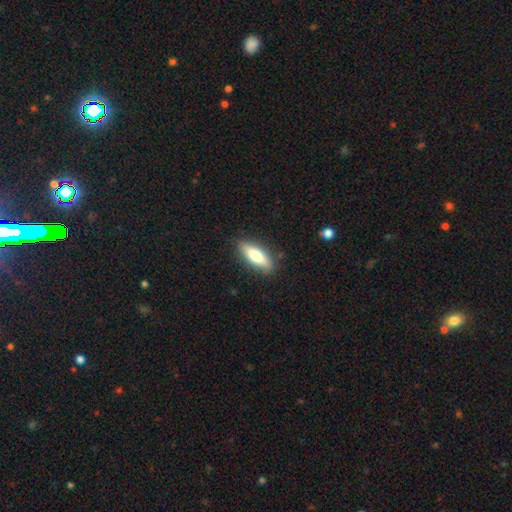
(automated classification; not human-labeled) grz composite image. It shows a smooth galaxy with no disk features (73%) that is in between round and cigar-shaped (58%). Merging: none (86%).